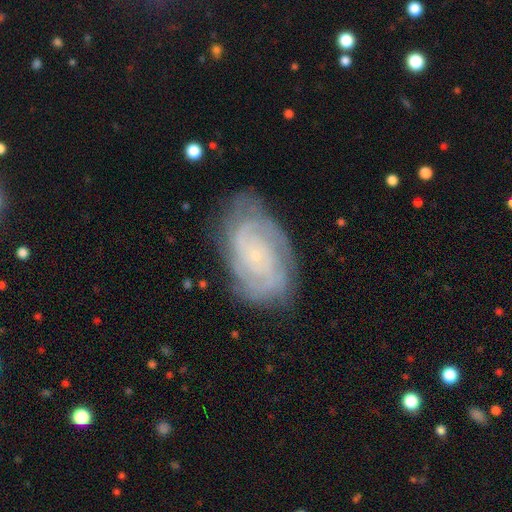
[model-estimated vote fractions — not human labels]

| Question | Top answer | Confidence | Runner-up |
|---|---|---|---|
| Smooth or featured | featured or disk | 82% | smooth (11%) |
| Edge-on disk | no | 96% | yes (4%) |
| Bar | no | 75% | weak (21%) |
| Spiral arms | yes | 95% | no (5%) |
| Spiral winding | tight | 69% | medium (26%) |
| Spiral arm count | can't tell | 32% | 2 (31%) |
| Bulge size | small | 87% | moderate (8%) |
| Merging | none | 74% | minor disturbance (18%) |